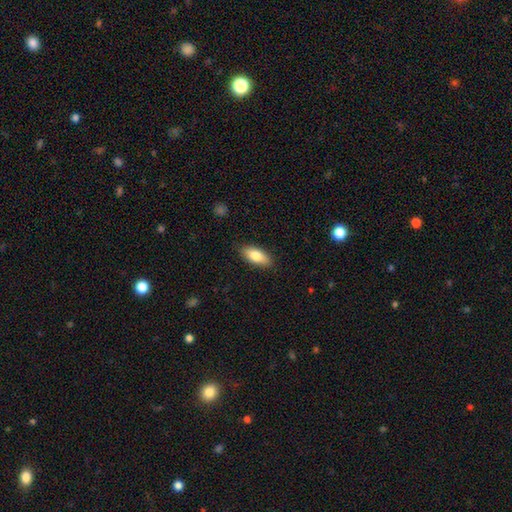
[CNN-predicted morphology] A smooth galaxy with no disk features (79%) that is in between round and cigar-shaped (84%). Merging: none (87%).